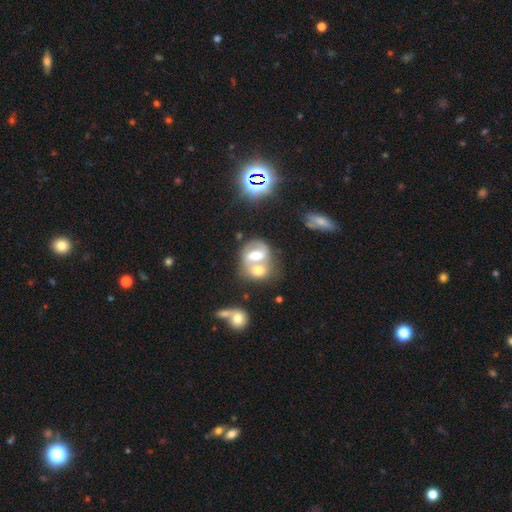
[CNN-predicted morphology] A featured or disk galaxy (56%) with a weak bar (37%), spiral arms (54%) and a moderate central bulge (69%). Merging: merger (60%).